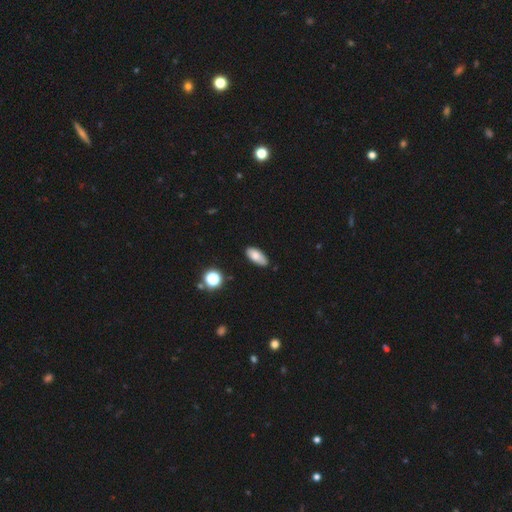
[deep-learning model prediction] Smooth or featured? smooth (79%)
How rounded? in between (88%)
Merging? none (79%)